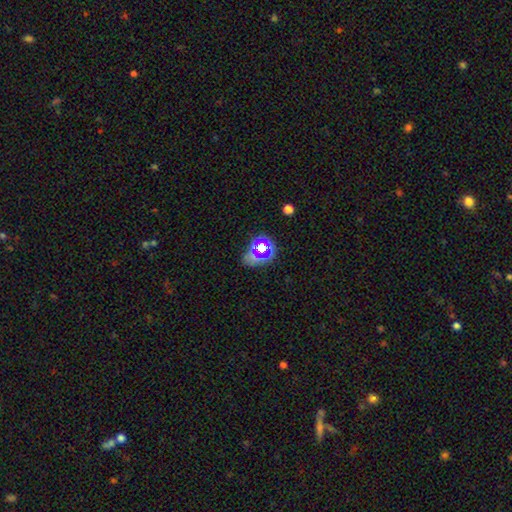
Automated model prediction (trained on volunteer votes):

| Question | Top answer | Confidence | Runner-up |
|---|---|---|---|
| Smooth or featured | star or artifact | 44% | smooth (42%) |